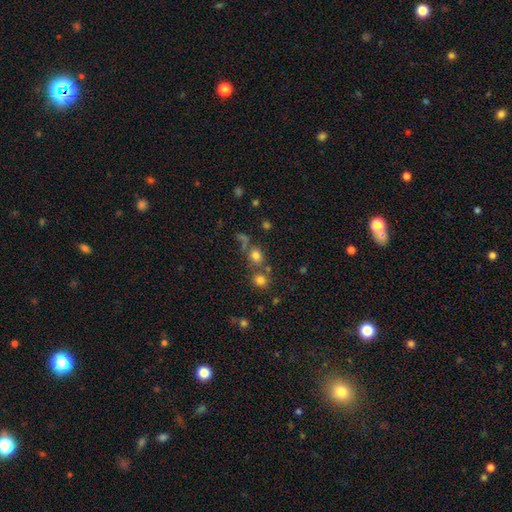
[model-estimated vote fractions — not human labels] smooth-or-featured: smooth: 74% | star or artifact: 18% | featured or disk: 8%
  how-rounded: round: 76% | in between: 23% | cigar-shaped: 1%
  merging: none: 60% | merger: 25% | minor disturbance: 10% | major disturbance: 5%